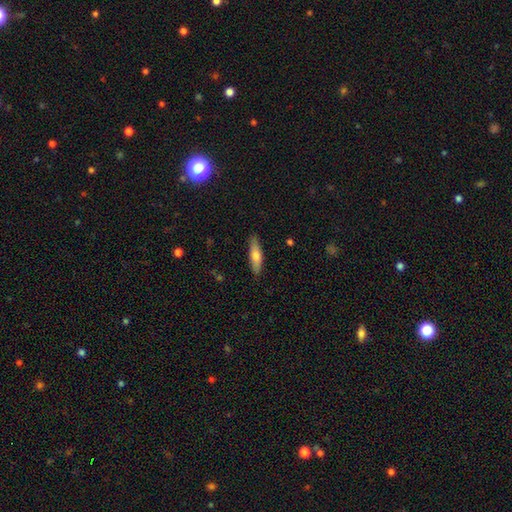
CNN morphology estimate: Smooth or featured?
  - smooth: 70% *
  - featured or disk: 25%
  - star or artifact: 6%
How rounded?
  - cigar-shaped: 68% *
  - in between: 31%
  - round: 2%
Merging?
  - none: 88% *
  - minor disturbance: 9%
  - major disturbance: 2%
  - merger: 1%